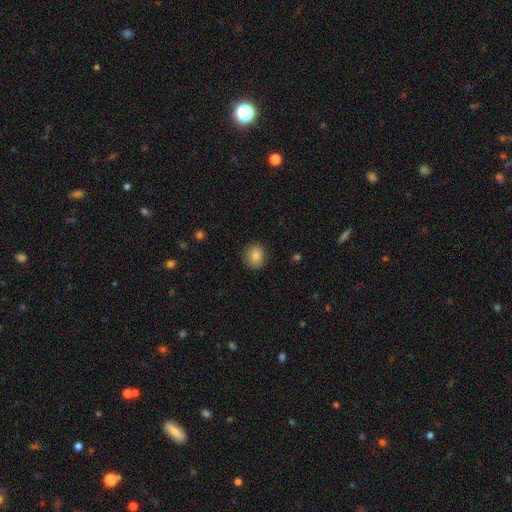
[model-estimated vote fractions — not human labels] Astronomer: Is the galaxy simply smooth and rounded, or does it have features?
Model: smooth — 82%.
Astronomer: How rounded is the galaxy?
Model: round — 73%.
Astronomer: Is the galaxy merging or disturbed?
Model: none — 88%.